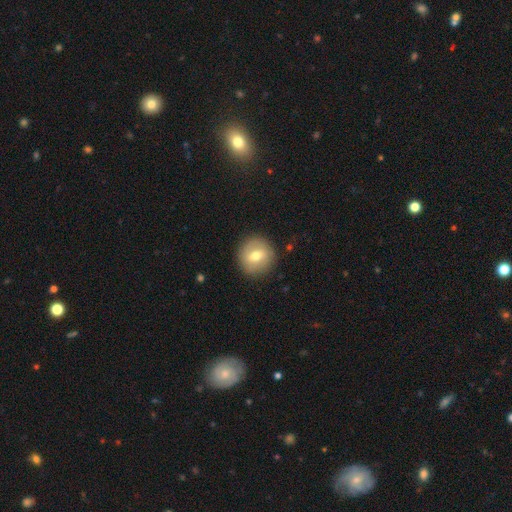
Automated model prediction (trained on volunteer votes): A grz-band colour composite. It shows a smooth galaxy with no disk features (63%) that is round (92%). Merging: none (88%).